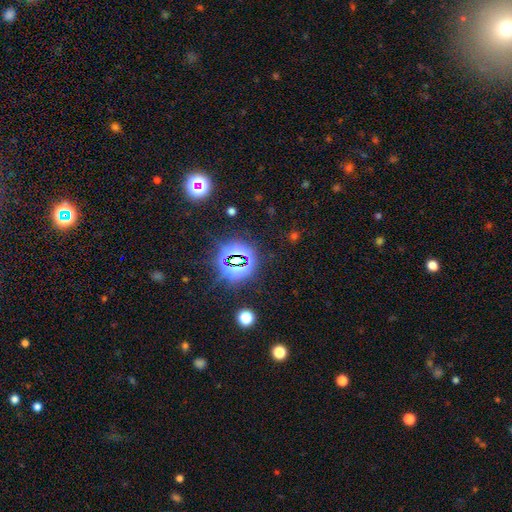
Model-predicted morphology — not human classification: A star or artifact, not a galaxy (80%).